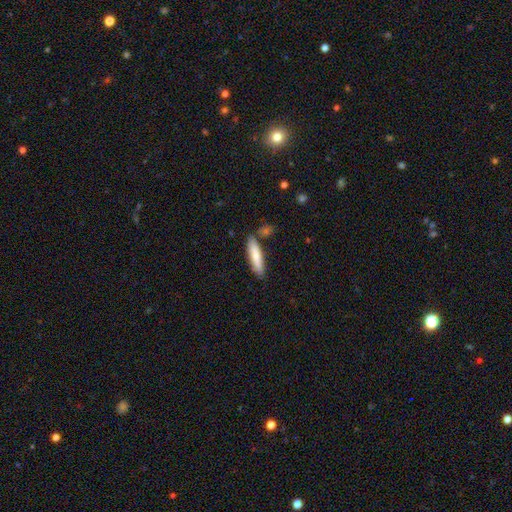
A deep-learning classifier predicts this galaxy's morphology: The model was most divided on "how rounded": cigar-shaped: 76%, in between: 23%, round: 2%. More confident: merging — none (77%); smooth or featured — smooth (74%).